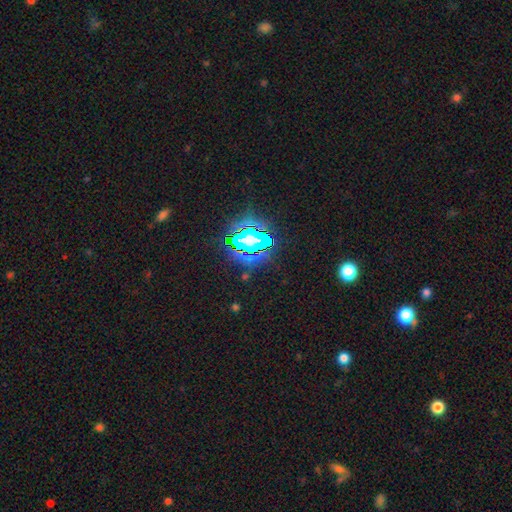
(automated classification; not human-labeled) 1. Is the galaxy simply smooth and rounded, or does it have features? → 84% star or artifact, 10% smooth, 7% featured or disk.